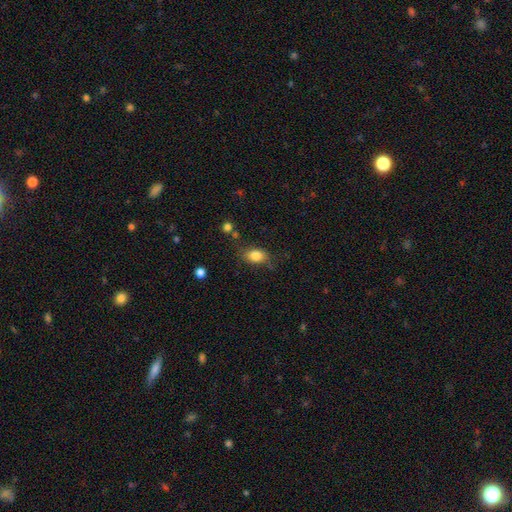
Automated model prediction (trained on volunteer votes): smooth 83%, star or artifact 9%, featured or disk 9%. Down the decision tree: how rounded — in between (79%); merging — none (71%).